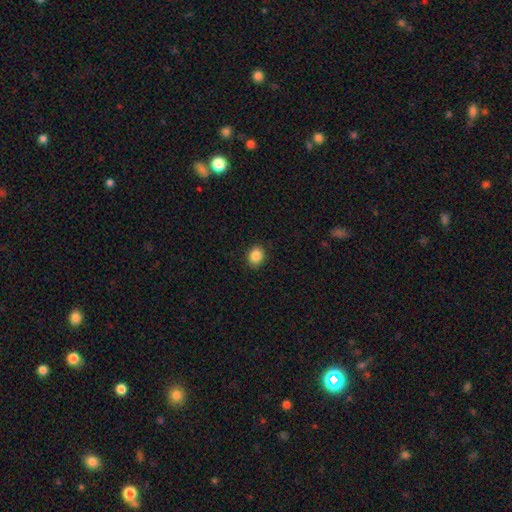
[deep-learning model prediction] Overall: smooth (87%). How rounded: round (51%; in between 48%). Merging: none (90%).